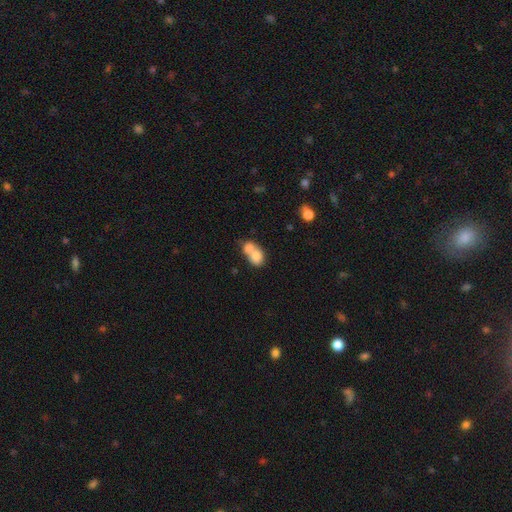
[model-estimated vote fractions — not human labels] This is likely a smooth galaxy (77%). How rounded: possibly in between (55%). Merging: likely merger (72%).